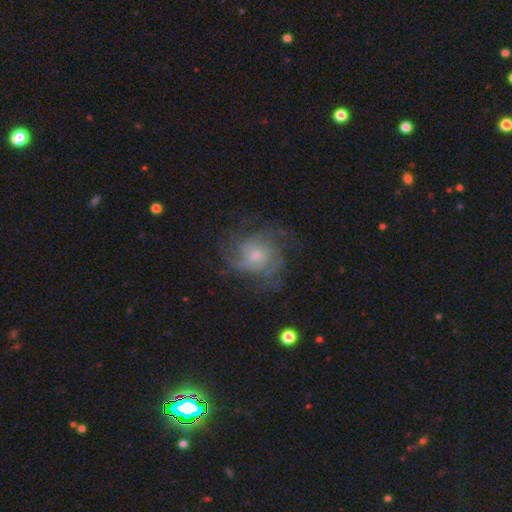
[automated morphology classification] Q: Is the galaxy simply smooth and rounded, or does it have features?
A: featured or disk — 77%.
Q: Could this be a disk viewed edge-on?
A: no — 98%.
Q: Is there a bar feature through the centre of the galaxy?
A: no — 70%.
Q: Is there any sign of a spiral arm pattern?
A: yes — 90%.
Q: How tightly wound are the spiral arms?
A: tight — 44%.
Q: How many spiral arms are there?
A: can't tell — 37%.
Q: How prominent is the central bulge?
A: small — 50%.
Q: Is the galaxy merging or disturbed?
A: none — 64%.